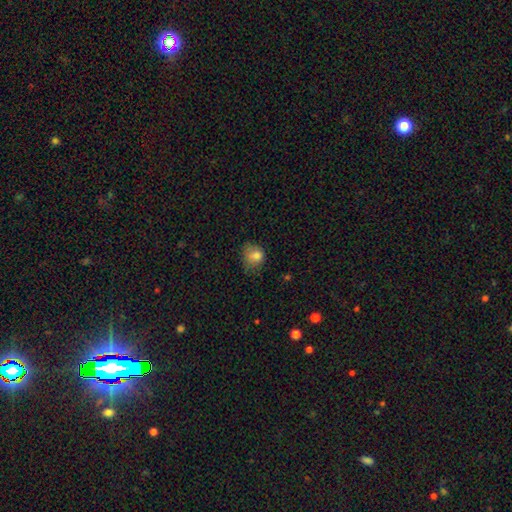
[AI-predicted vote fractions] Q: Smooth or featured?
A: smooth (80%); runner-up: star or artifact (10%)
Q: How rounded?
A: round (65%); runner-up: in between (34%)
Q: Merging?
A: none (48%); runner-up: minor disturbance (33%)